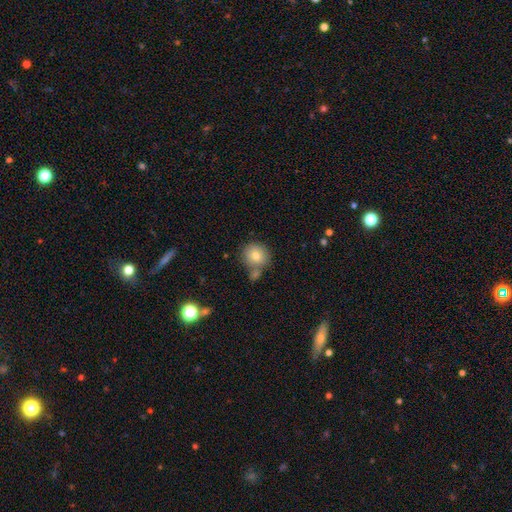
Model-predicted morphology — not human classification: This appears to be a smooth galaxy with no disk features (78%) that is round (86%). Merging: none (62%).